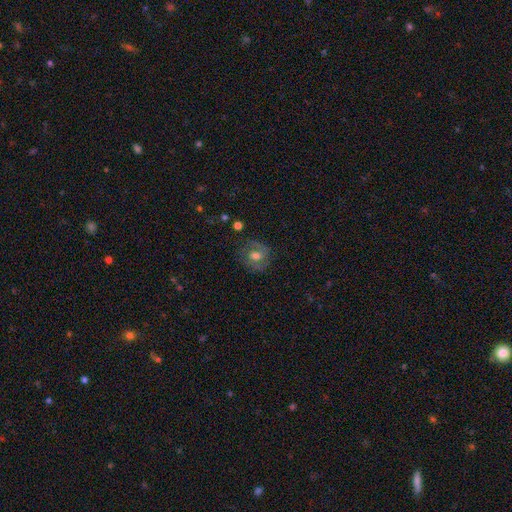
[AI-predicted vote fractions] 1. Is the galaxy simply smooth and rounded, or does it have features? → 47% featured or disk, 42% smooth, 11% star or artifact.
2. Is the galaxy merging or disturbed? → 73% none, 17% minor disturbance, 8% major disturbance, 2% merger.